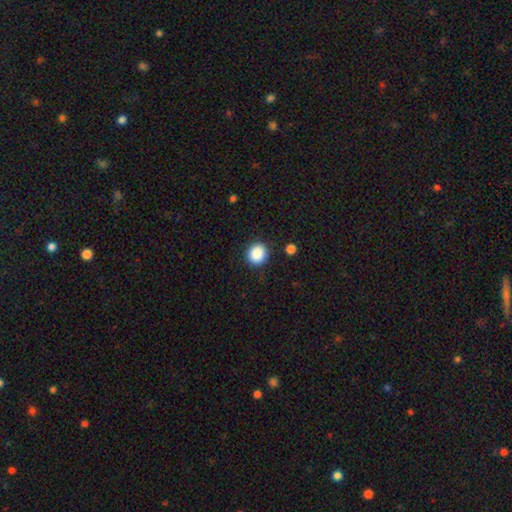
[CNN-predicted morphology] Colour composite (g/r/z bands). It shows a smooth galaxy with no disk features (89%) that is round (85%). Merging: none (88%).